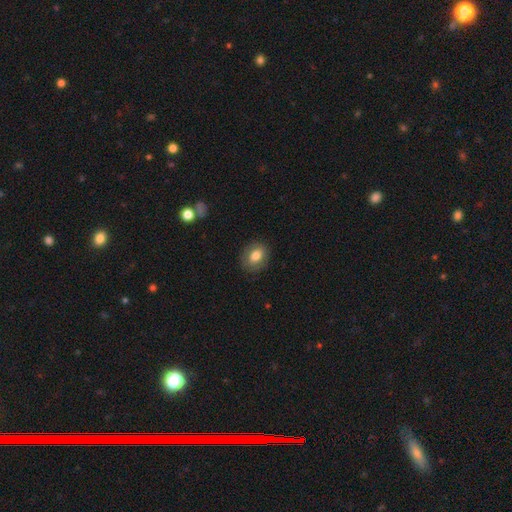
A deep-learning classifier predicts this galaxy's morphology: smooth-or-featured: smooth: 79% | featured or disk: 13% | star or artifact: 8%
  how-rounded: in between: 60% | round: 38% | cigar-shaped: 1%
  merging: none: 86% | minor disturbance: 10% | major disturbance: 3% | merger: 1%